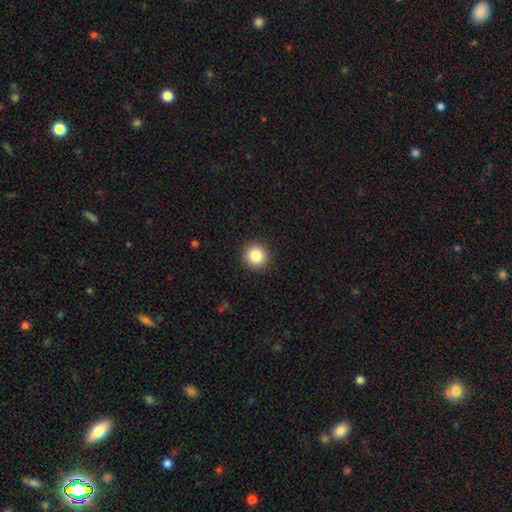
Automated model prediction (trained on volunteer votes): Smooth or featured: smooth — 86% (star or artifact — 9%)
How rounded: round — 93% (in between — 6%)
Merging: none — 92% (minor disturbance — 5%)